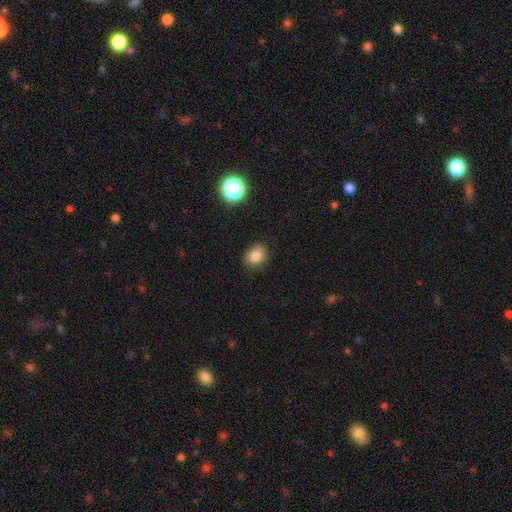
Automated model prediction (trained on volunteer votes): A smooth galaxy with no disk features (83%) that is round (50%).

Vote fractions:
- Smooth or featured? smooth: 83% / star or artifact: 11% / featured or disk: 6%
- How rounded? round: 50% / in between: 49% / cigar-shaped: 1%
- Merging? none: 80% / minor disturbance: 16% / major disturbance: 4% / merger: 1%